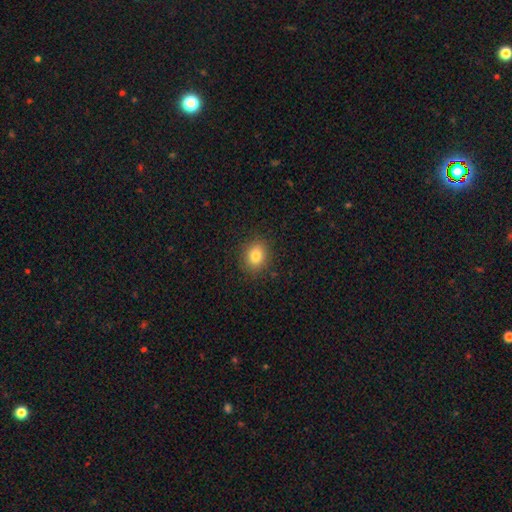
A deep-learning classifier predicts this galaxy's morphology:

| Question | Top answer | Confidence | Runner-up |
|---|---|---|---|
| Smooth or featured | smooth | 82% | star or artifact (11%) |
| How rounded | round | 63% | in between (36%) |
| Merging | none | 89% | minor disturbance (8%) |